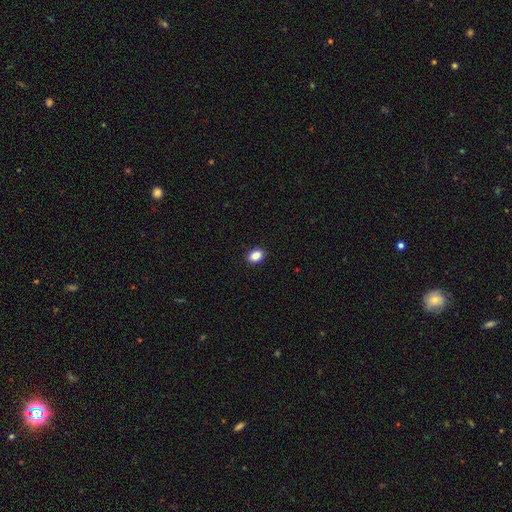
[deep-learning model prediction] Smooth or featured? smooth (89%)
How rounded? in between (74%)
Merging? none (90%)